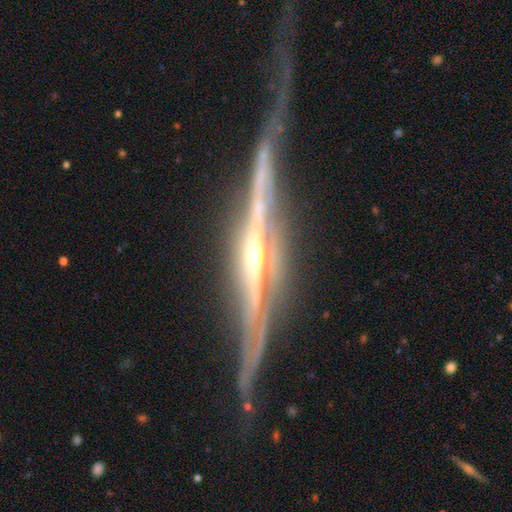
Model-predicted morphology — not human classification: Q: Smooth or featured?
A: featured or disk (85%); runner-up: star or artifact (7%)
Q: Edge-on disk?
A: yes (93%); runner-up: no (7%)
Q: Edge-on bulge?
A: rounded (69%); runner-up: none (21%)
Q: Merging?
A: none (76%); runner-up: minor disturbance (15%)